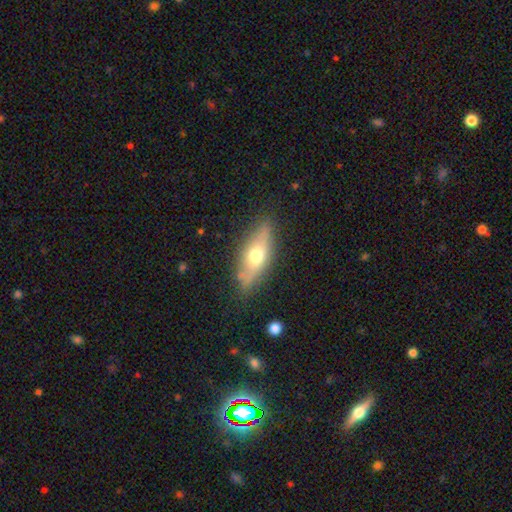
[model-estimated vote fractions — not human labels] The model was most divided on "smooth or featured": smooth: 52%, featured or disk: 41%, star or artifact: 7%. More confident: merging — none (81%); how rounded — in between (59%).